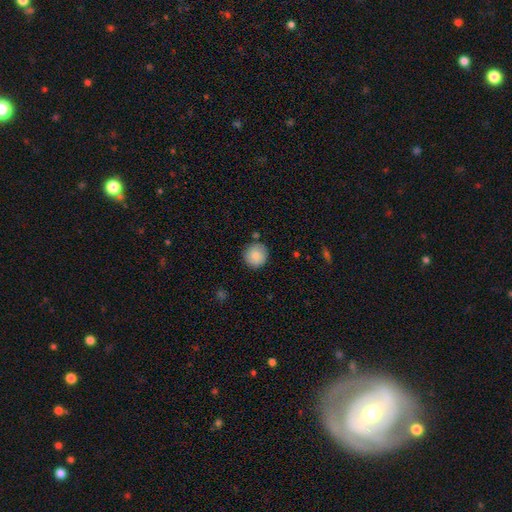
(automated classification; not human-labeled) Morphology: type=smooth (85%); roundness=round (94%); merging=none (87%).